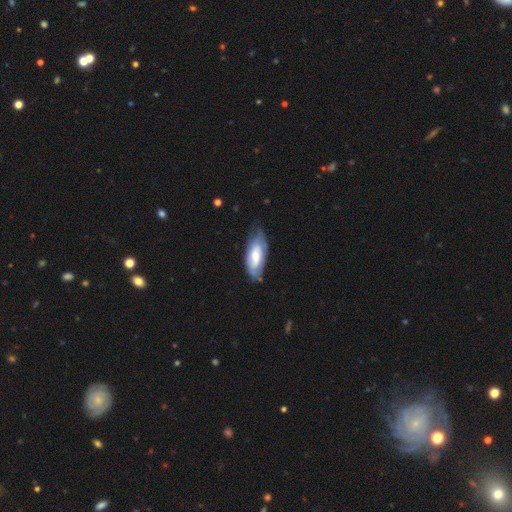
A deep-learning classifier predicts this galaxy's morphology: A featured or disk galaxy (51%).

Vote fractions:
- Smooth or featured? featured or disk: 51% / smooth: 43% / star or artifact: 6%
- Edge-on disk? no: 84% / yes: 16%
- Merging? none: 61% / minor disturbance: 29% / major disturbance: 8% / merger: 2%